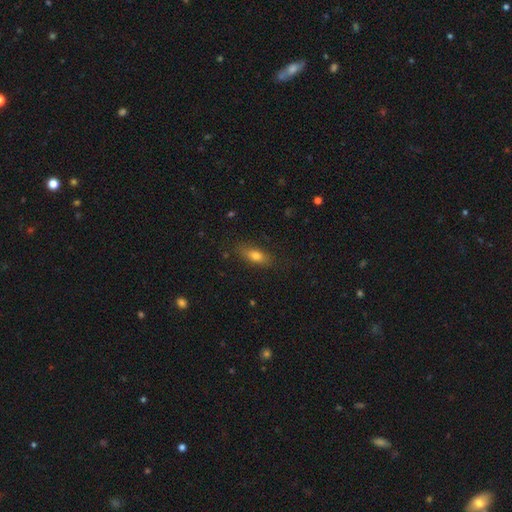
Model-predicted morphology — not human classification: Q: Smooth or featured?
A: smooth (74%); runner-up: featured or disk (17%)
Q: How rounded?
A: in between (71%); runner-up: cigar-shaped (24%)
Q: Merging?
A: none (81%); runner-up: minor disturbance (14%)